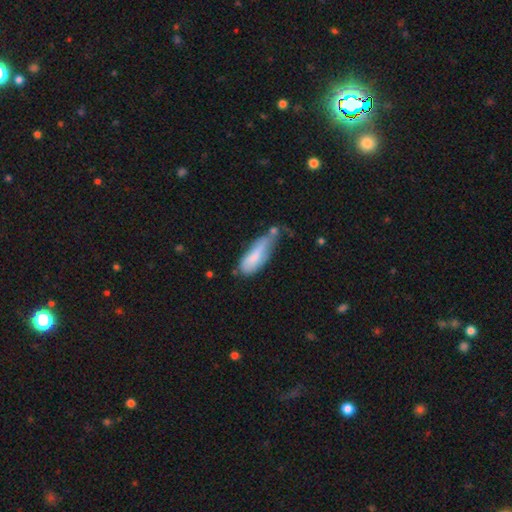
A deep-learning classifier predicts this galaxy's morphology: Smooth or featured: smooth — 76% (featured or disk — 17%)
How rounded: in between — 59% (cigar-shaped — 39%)
Merging: minor disturbance — 36% (none — 24%)